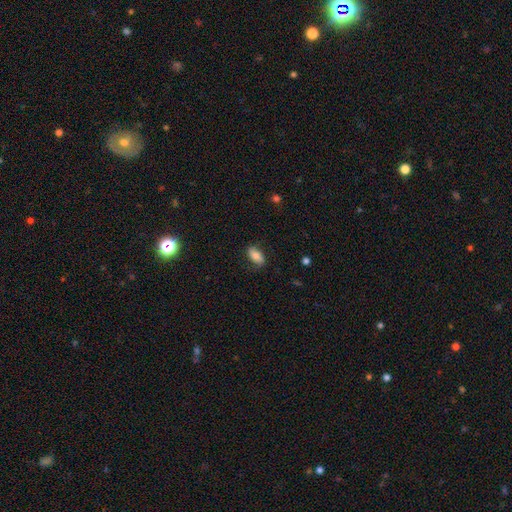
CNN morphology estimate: A smooth galaxy with no disk features (73%) that is in between round and cigar-shaped (89%). Merging: none (75%).